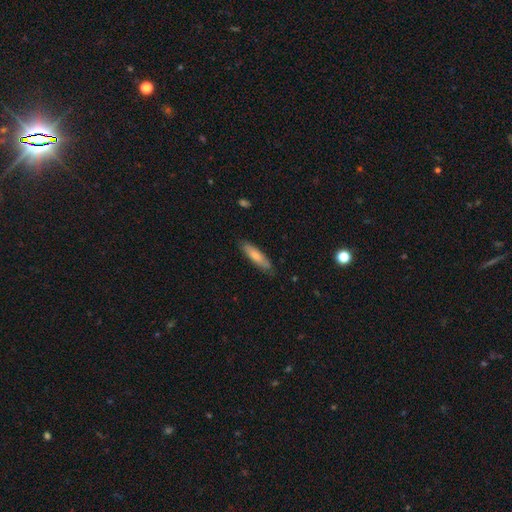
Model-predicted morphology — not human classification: This is likely a smooth galaxy (75%). How rounded: likely cigar-shaped (71%). Merging: clearly none (82%).